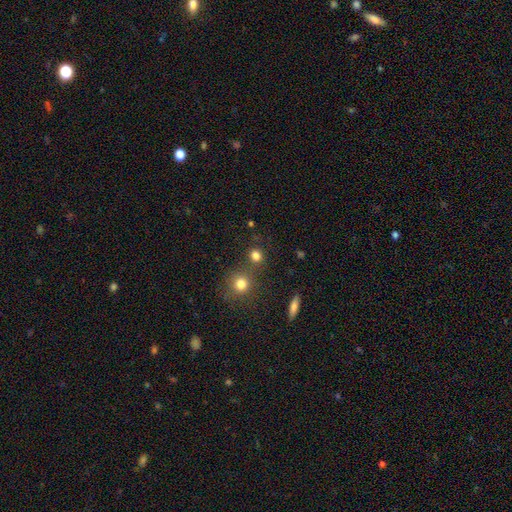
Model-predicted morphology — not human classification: This is likely a smooth galaxy (79%). How rounded: clearly round (83%). Merging: likely none (71%).